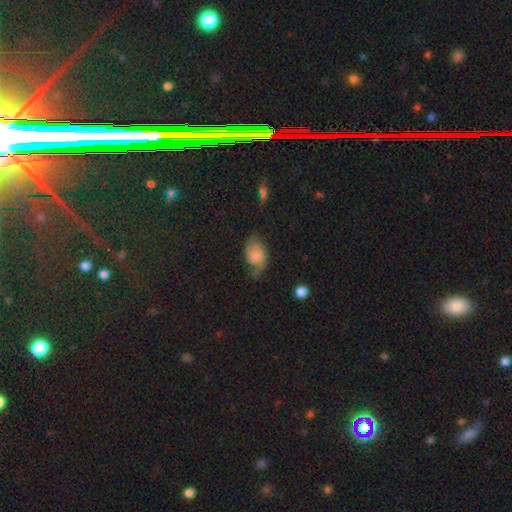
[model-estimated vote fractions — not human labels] This is possibly a featured or disk galaxy (49%). Merging: possibly none (48%).